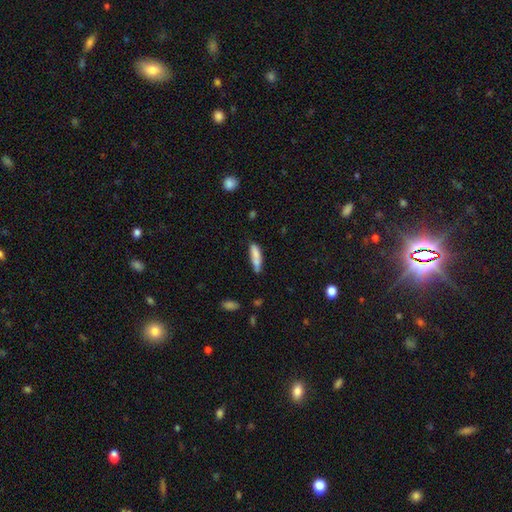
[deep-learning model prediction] Morphology: type=smooth (77%); roundness=cigar-shaped (64%); merging=none (56%).